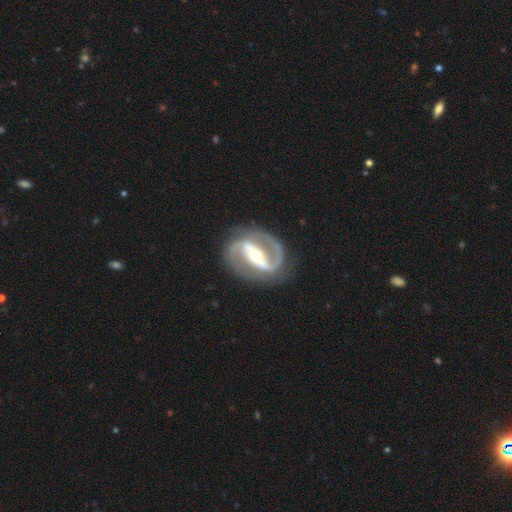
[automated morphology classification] The model was most divided on "spiral winding": medium: 56%, tight: 29%, loose: 15%. More confident: edge-on disk — no (97%); spiral arms — yes (97%); spiral arm count — 2 (93%); smooth or featured — featured or disk (92%); merging — none (84%); bar — strong (67%); bulge size — moderate (62%).